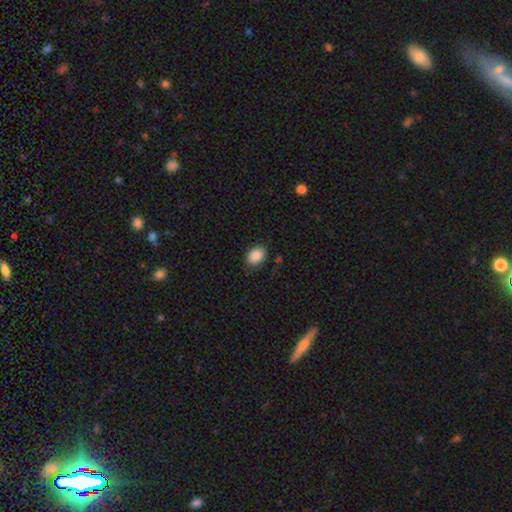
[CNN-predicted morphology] Overall: smooth (88%). How rounded: in between (73%). Merging: none (81%).